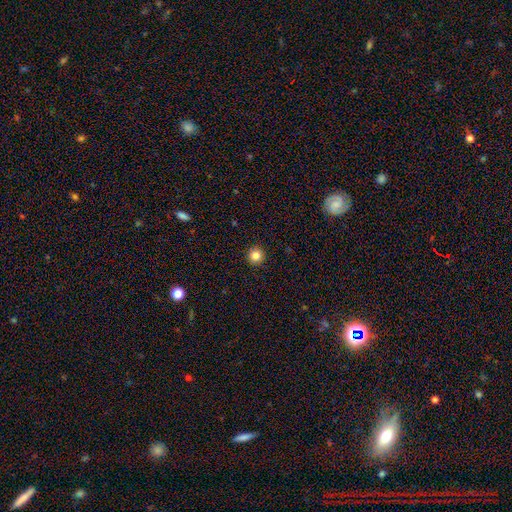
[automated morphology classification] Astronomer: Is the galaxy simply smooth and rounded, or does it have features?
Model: smooth — 85%.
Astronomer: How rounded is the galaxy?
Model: round — 95%.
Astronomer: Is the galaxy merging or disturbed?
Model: none — 93%.